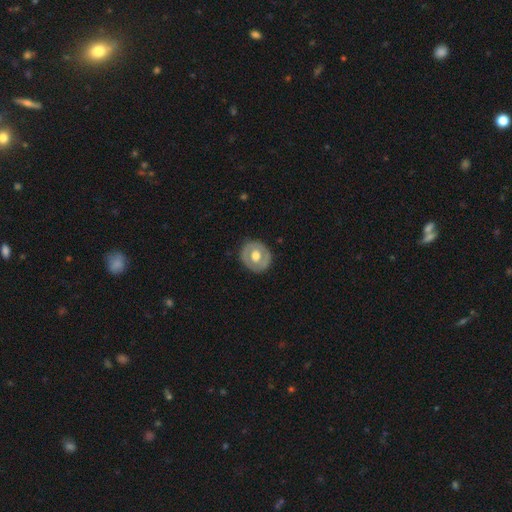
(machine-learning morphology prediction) smooth_or_featured: featured or disk (p=0.51) [alt: smooth p=0.44]
disk_edge_on: no (p=0.95) [alt: yes p=0.05]
merging: none (p=0.86) [alt: minor disturbance p=0.10]